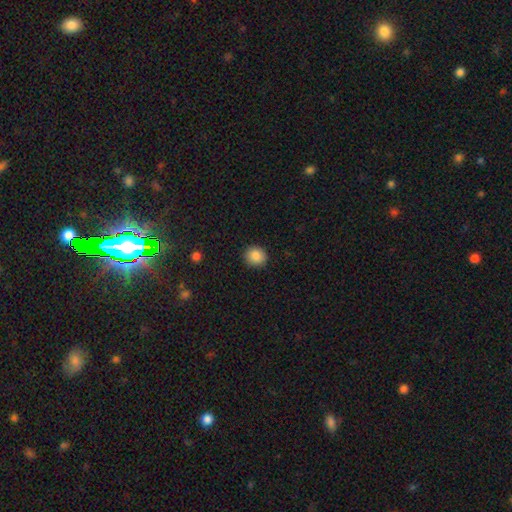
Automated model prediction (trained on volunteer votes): Overall: smooth (87%). How rounded: round (87%). Merging: none (91%).